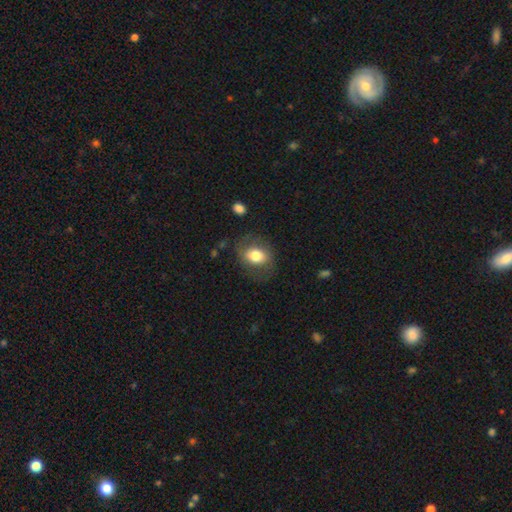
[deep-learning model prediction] Smooth or featured?
  - smooth: 69% *
  - featured or disk: 23%
  - star or artifact: 8%
How rounded?
  - in between: 57% *
  - round: 42%
  - cigar-shaped: 1%
Merging?
  - none: 70% *
  - minor disturbance: 18%
  - major disturbance: 11%
  - merger: 2%